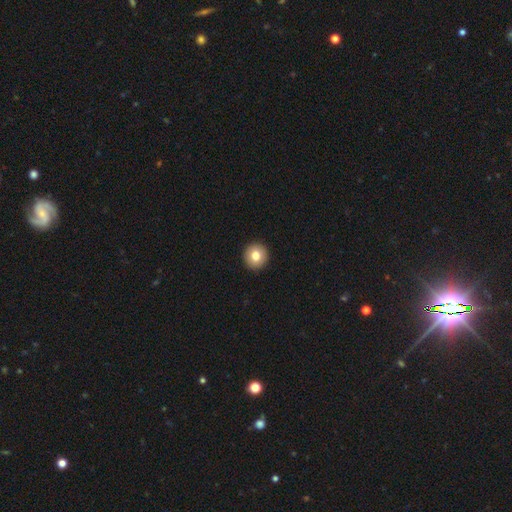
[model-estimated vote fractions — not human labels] The model was most divided on "smooth or featured": smooth: 80%, featured or disk: 11%, star or artifact: 9%. More confident: merging — none (94%); how rounded — round (94%).